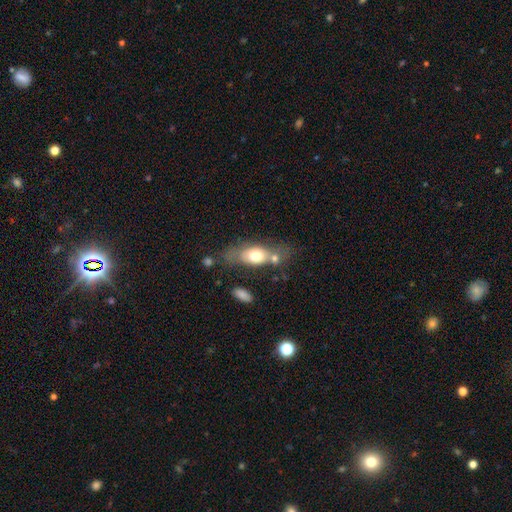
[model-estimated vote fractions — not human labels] A smooth galaxy with no disk features (66%) that is in between round and cigar-shaped (76%).

Vote fractions:
- Smooth or featured? smooth: 66% / featured or disk: 26% / star or artifact: 8%
- How rounded? in between: 76% / cigar-shaped: 14% / round: 10%
- Merging? none: 45% / merger: 25% / minor disturbance: 19% / major disturbance: 11%